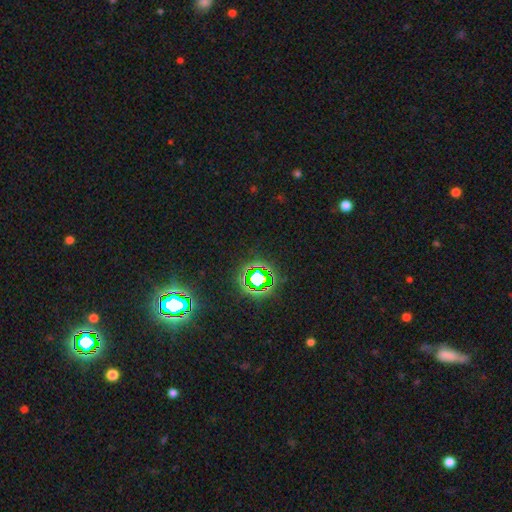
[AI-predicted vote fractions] A star or artifact, not a galaxy (80%).

Vote fractions:
- Smooth or featured? star or artifact: 80% / smooth: 13% / featured or disk: 7%